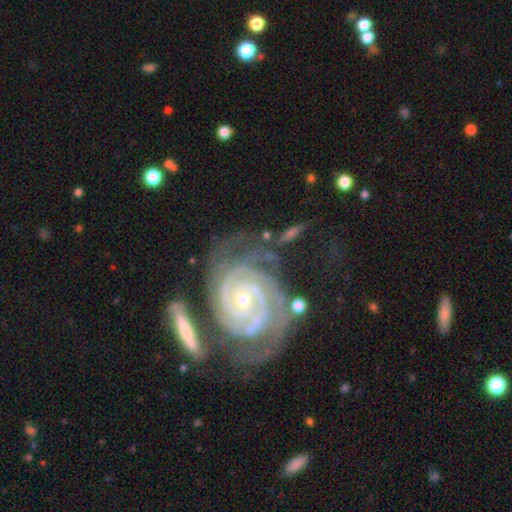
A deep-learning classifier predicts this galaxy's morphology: The model was most divided on "spiral arm count": 2: 39%, 3: 25%, 4: 13%, can't tell: 12%, more than 4: 6%, 1: 6%. More confident: spiral arms — yes (99%); edge-on disk — no (97%); smooth or featured — featured or disk (93%); spiral winding — tight (83%); bar — no (67%); bulge size — small (66%); merging — none (51%).